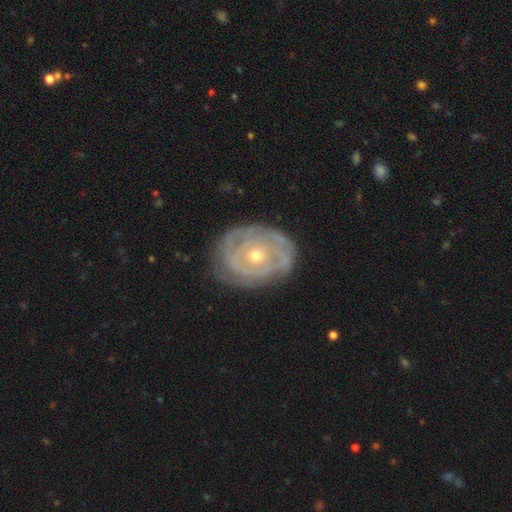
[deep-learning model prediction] smooth-or-featured: featured or disk: 83% | smooth: 13% | star or artifact: 5%
  disk-edge-on: no: 97% | yes: 3%
    bar: no: 81% | weak: 15% | strong: 4%
    has-spiral-arms: yes: 82% | no: 18%
      spiral-winding: tight: 81% | medium: 14% | loose: 5%
      spiral-arm-count: can't tell: 44% | 2: 23% | 3: 14% | 4: 7% | 1: 6% | more than 4: 5%
    bulge-size: small: 52% | moderate: 45% | large: 1% | none: 1% | dominant: 1%
  merging: none: 74% | minor disturbance: 19% | major disturbance: 6% | merger: 1%